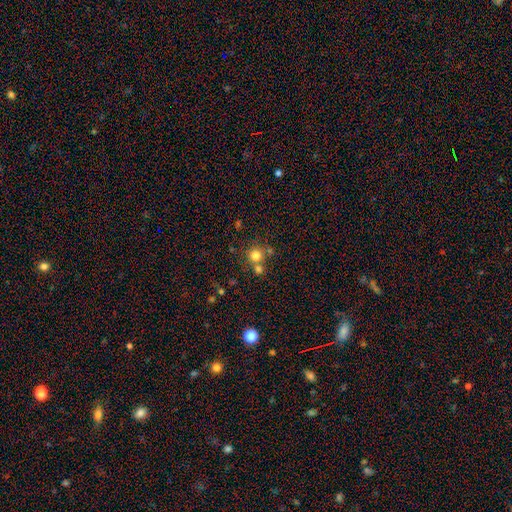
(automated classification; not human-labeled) This appears to be a smooth galaxy with no disk features (76%) that is round (91%). Merging: none (61%).